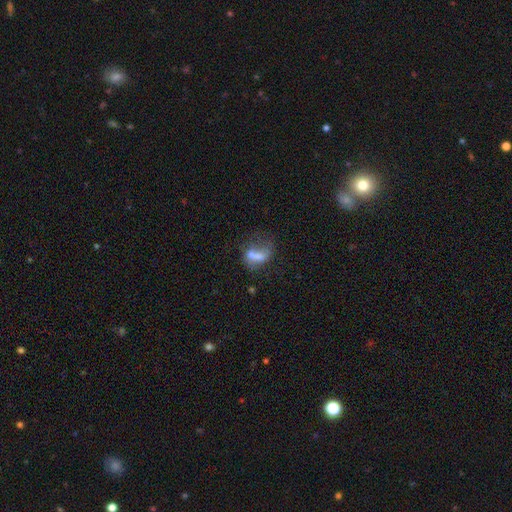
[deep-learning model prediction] Smooth or featured? smooth (52%)
How rounded? in between (70%)
Merging? merger (40%)